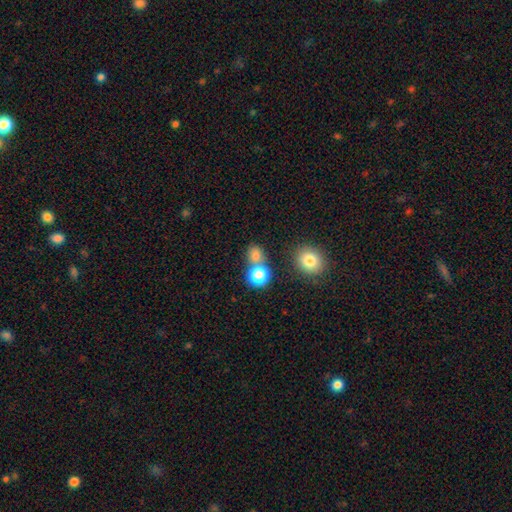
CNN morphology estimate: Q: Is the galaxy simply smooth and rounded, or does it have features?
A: smooth — 76%.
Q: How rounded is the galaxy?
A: round — 70%.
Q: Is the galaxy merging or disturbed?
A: none — 60%.